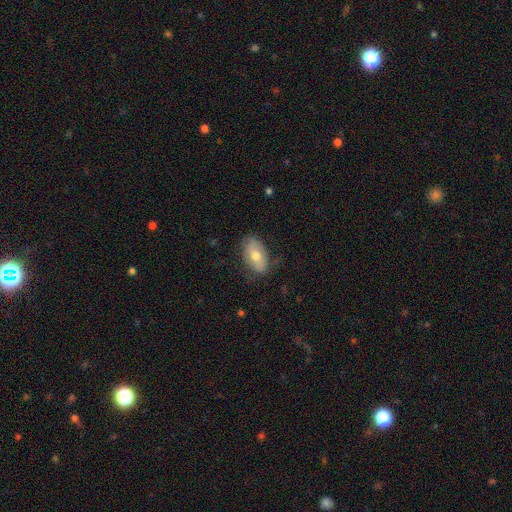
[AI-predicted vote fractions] A smooth galaxy with no disk features (61%) that is in between round and cigar-shaped (92%).

Vote fractions:
- Smooth or featured? smooth: 61% / featured or disk: 32% / star or artifact: 7%
- How rounded? in between: 92% / round: 6% / cigar-shaped: 2%
- Merging? none: 74% / minor disturbance: 20% / major disturbance: 5% / merger: 1%